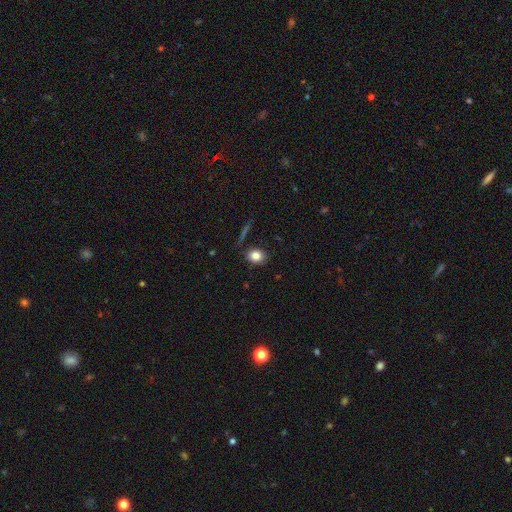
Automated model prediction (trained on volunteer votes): Smooth or featured? Predicted: smooth (p=0.81). How rounded? Predicted: in between (p=0.50). Merging? Predicted: none (p=0.83).